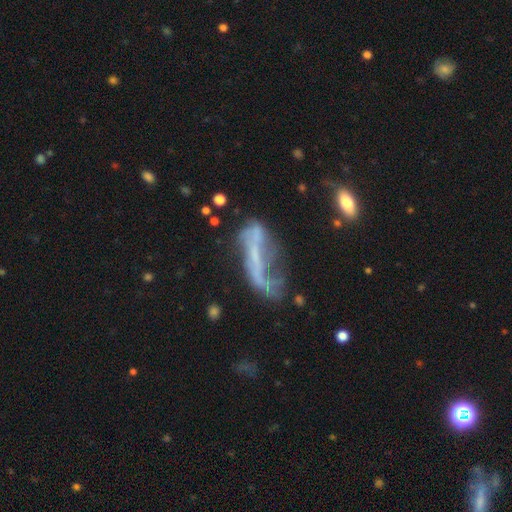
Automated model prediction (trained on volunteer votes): Q: Smooth or featured?
A: featured or disk (57%); runner-up: smooth (28%)
Q: Edge-on disk?
A: no (76%); runner-up: yes (24%)
Q: Merging?
A: major disturbance (35%); runner-up: none (32%)